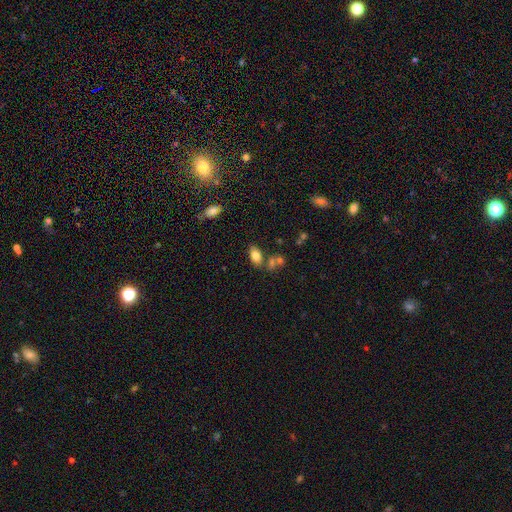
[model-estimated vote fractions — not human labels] Smooth or featured? smooth (80%)
How rounded? in between (90%)
Merging? none (65%)